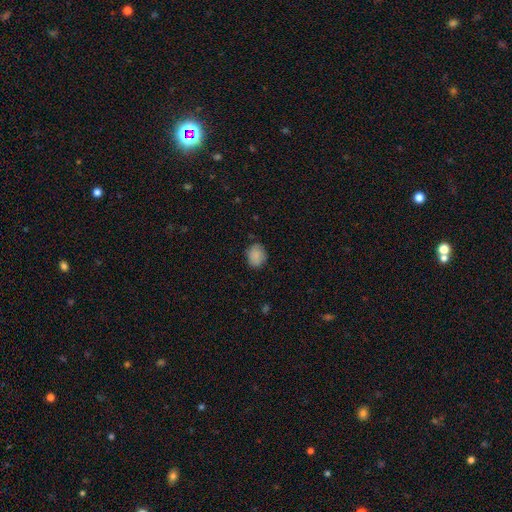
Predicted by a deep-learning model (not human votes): Smooth or featured: smooth — 85% (star or artifact — 8%)
How rounded: round — 55% (in between — 44%)
Merging: none — 78% (minor disturbance — 17%)